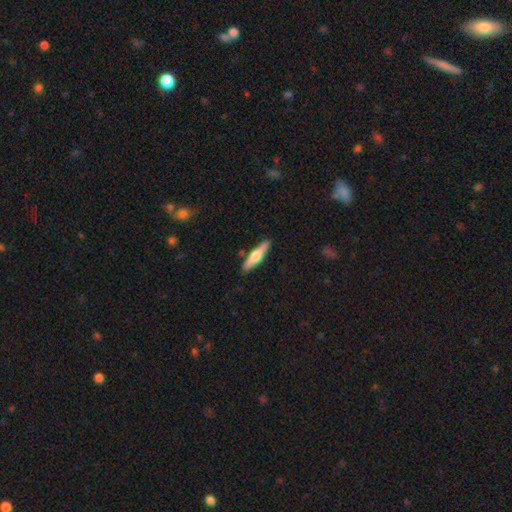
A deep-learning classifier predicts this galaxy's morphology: Overall: smooth (52%; featured or disk 43%). How rounded: cigar-shaped (80%). Merging: none (87%).